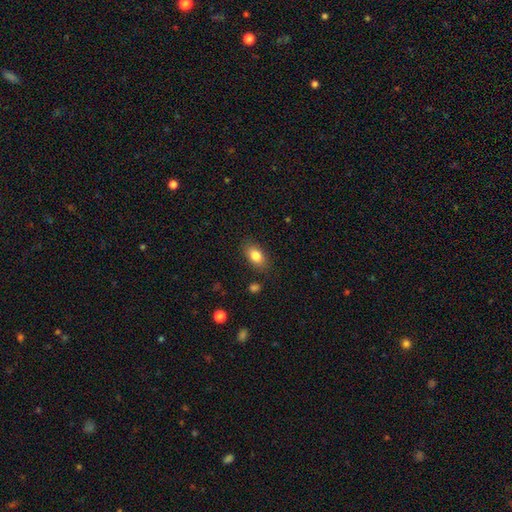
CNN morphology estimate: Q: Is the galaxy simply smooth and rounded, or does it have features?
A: smooth — 83%.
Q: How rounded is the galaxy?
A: in between — 86%.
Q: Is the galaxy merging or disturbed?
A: none — 83%.